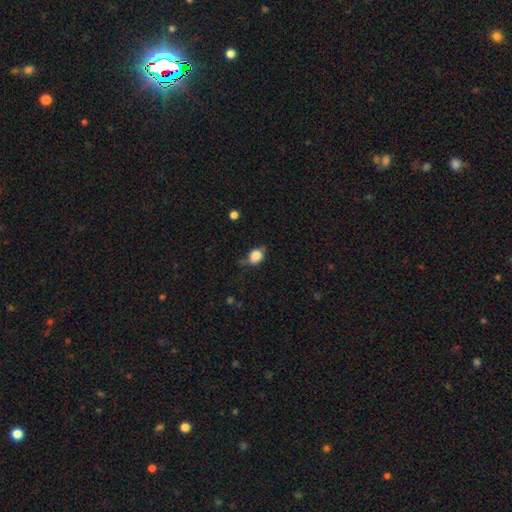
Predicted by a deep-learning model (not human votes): Q: Smooth or featured?
A: smooth (82%); runner-up: star or artifact (9%)
Q: How rounded?
A: in between (56%); runner-up: round (42%)
Q: Merging?
A: none (52%); runner-up: minor disturbance (33%)